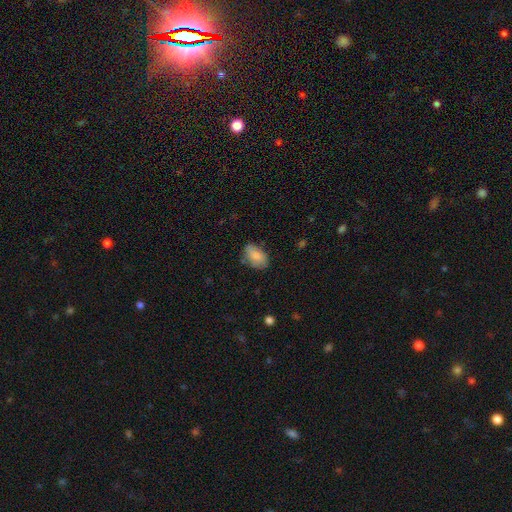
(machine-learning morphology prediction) smooth 80%, featured or disk 13%, star or artifact 7%. Down the decision tree: how rounded — in between (90%); merging — none (75%).